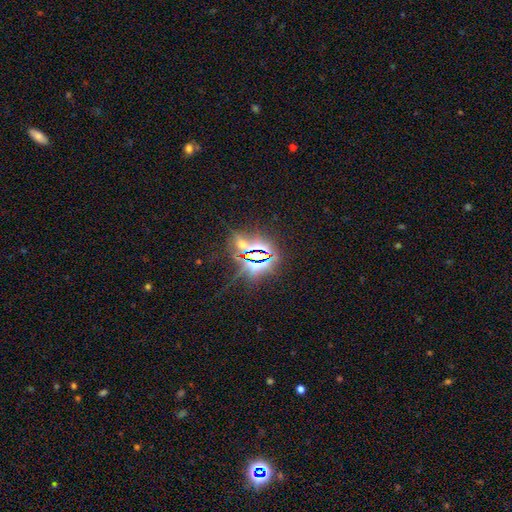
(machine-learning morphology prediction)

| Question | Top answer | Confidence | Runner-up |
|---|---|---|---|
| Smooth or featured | star or artifact | 80% | smooth (12%) |